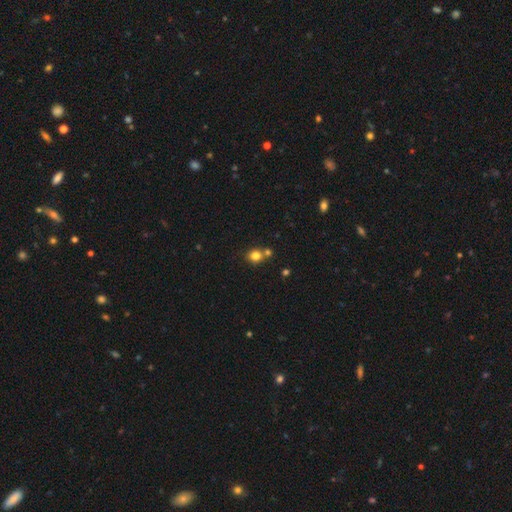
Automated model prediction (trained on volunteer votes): smooth-or-featured: smooth: 80% | star or artifact: 13% | featured or disk: 7%
  how-rounded: round: 82% | in between: 17% | cigar-shaped: 1%
  merging: none: 63% | merger: 24% | minor disturbance: 9% | major disturbance: 3%